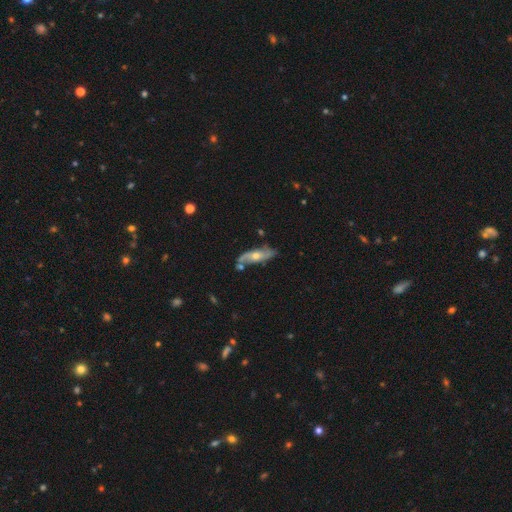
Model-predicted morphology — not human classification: featured or disk 69%, smooth 25%, star or artifact 6%. Down the decision tree: edge-on disk — no (74%); bar — no (69%); spiral arms — yes (85%); bulge size — moderate (62%); merging — none (65%).